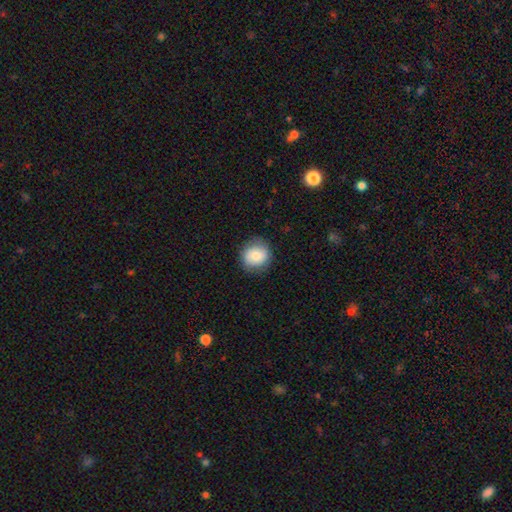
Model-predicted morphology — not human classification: type=smooth (78%); roundness=round (85%); merging=none (83%).